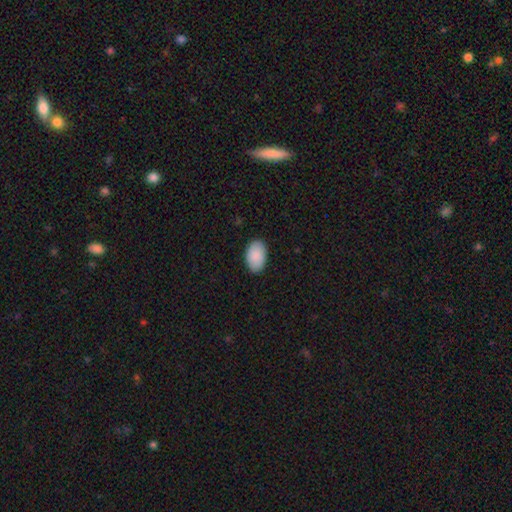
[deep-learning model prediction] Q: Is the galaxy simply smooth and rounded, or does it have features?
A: smooth — 91%.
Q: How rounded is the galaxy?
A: in between — 92%.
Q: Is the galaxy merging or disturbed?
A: none — 88%.